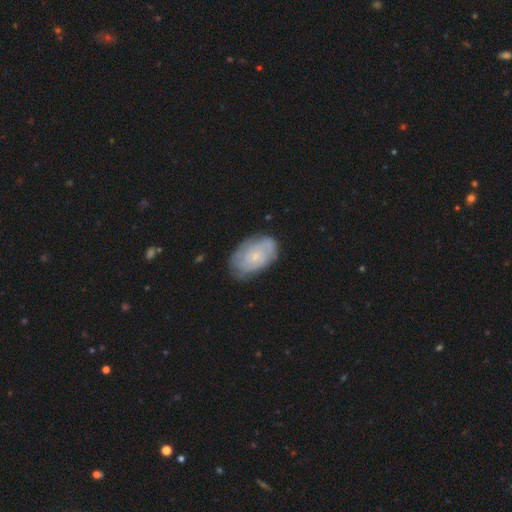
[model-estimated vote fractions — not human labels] Smooth or featured? featured or disk (60%)
Edge-on disk? no (96%)
Bar? no (78%)
Spiral arms? yes (81%)
Bulge size? small (74%)
Merging? none (71%)